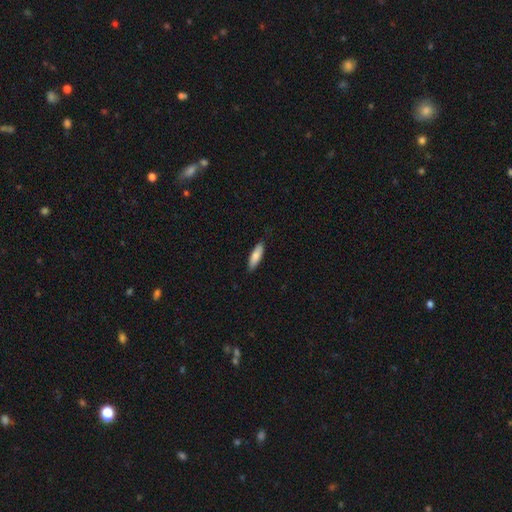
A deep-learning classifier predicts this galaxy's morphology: This appears to be a smooth galaxy with no disk features (82%) that is in between round and cigar-shaped (52%). Merging: none (85%).